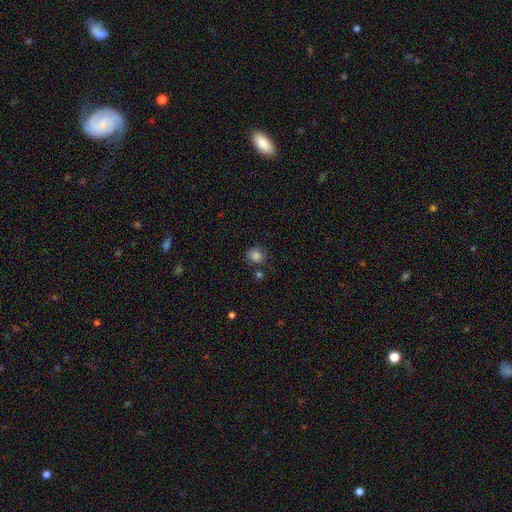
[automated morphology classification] Smooth or featured? Predicted: smooth (p=0.84). How rounded? Predicted: round (p=0.78). Merging? Predicted: none (p=0.77).